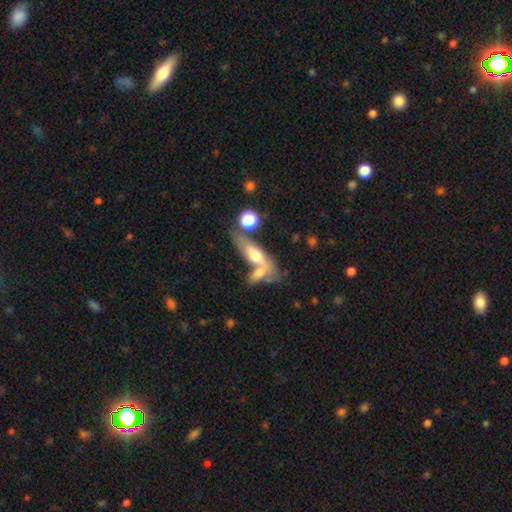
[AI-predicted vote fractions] Smooth or featured? smooth (52%)
How rounded? cigar-shaped (50%)
Merging? merger (42%)